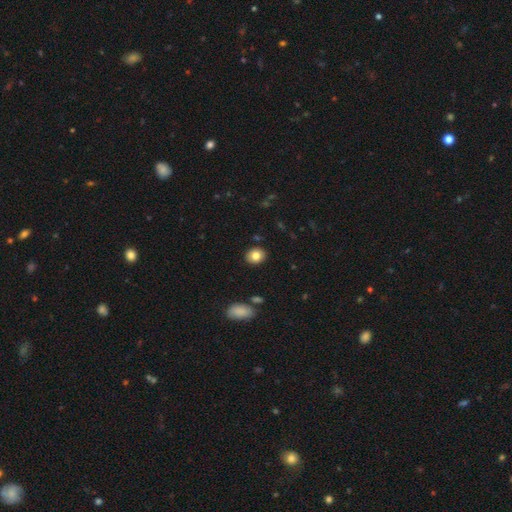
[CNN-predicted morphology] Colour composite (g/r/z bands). It shows a smooth galaxy with no disk features (82%) that is round (54%). Merging: none (88%).